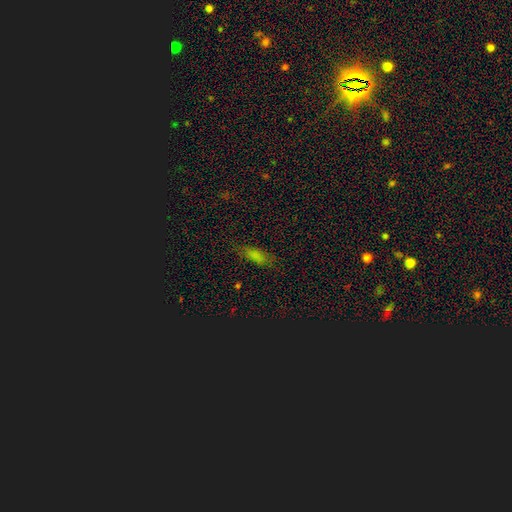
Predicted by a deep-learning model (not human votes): Q: Smooth or featured?
A: smooth (74%); runner-up: star or artifact (15%)
Q: How rounded?
A: in between (64%); runner-up: cigar-shaped (33%)
Q: Merging?
A: none (69%); runner-up: minor disturbance (22%)